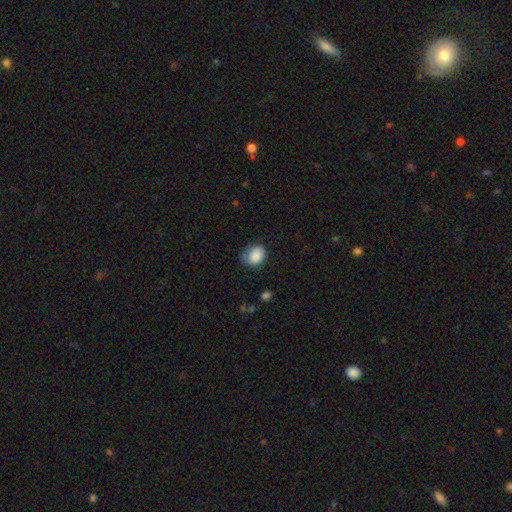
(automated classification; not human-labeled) This appears to be a smooth galaxy with no disk features (87%) that is in between round and cigar-shaped (52%). Merging: none (58%).